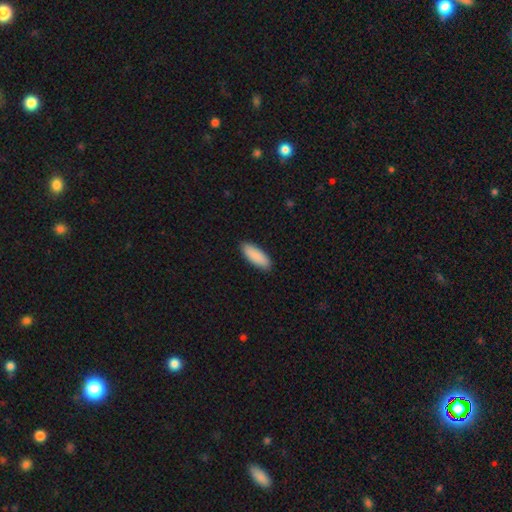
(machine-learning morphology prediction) Overall: smooth (91%). How rounded: in between (70%). Merging: none (90%).